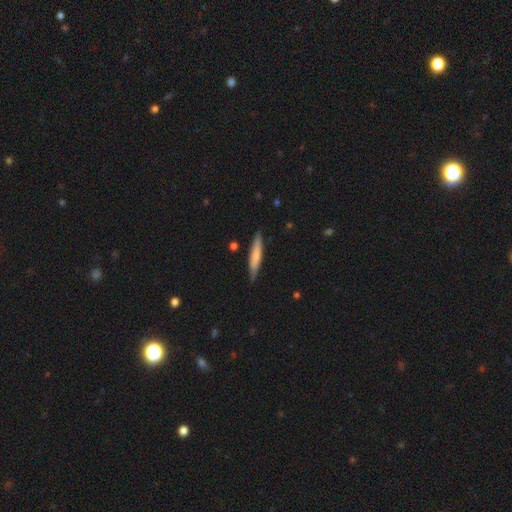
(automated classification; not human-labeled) Smooth or featured? smooth (63%)
How rounded? cigar-shaped (91%)
Merging? none (84%)